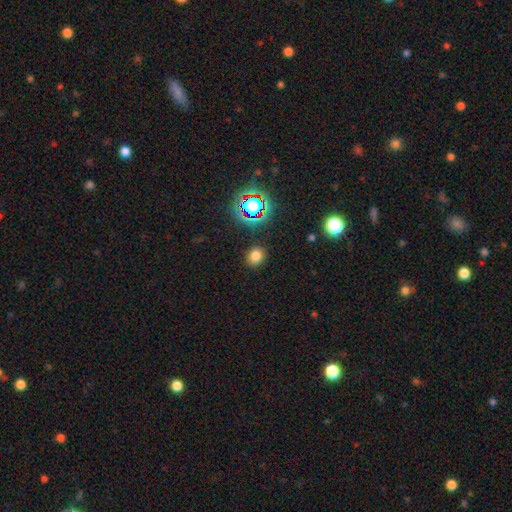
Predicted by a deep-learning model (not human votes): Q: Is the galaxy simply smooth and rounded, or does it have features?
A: smooth — 75%.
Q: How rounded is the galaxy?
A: round — 72%.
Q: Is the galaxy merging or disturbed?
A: none — 88%.